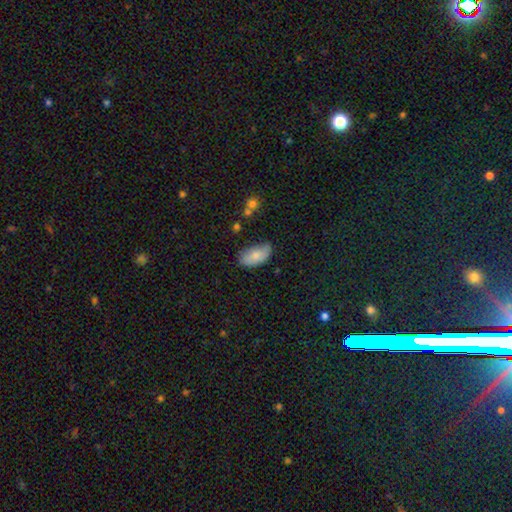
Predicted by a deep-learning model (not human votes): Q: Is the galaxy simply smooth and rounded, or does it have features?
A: smooth — 76%.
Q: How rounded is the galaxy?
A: in between — 94%.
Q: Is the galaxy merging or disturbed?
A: none — 56%.